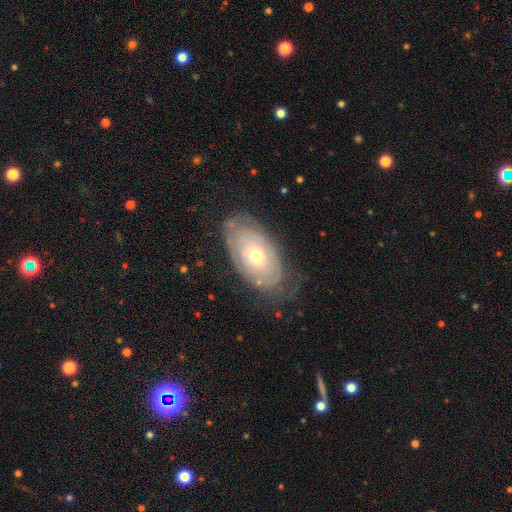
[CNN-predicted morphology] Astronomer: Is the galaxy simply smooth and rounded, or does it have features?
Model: featured or disk — 53% (runner-up: smooth, 40%).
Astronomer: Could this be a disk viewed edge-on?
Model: no — 90%.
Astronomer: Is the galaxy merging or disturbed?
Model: none — 64%.